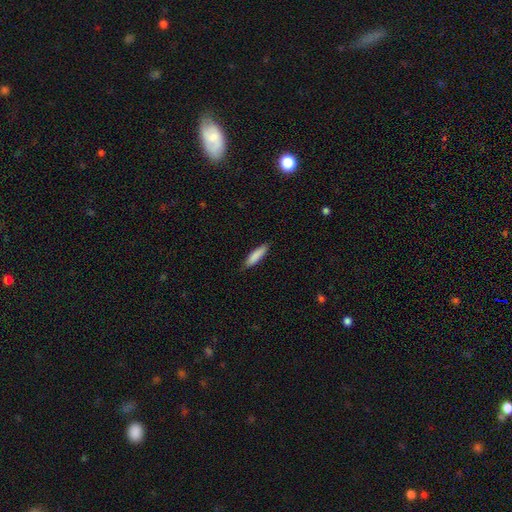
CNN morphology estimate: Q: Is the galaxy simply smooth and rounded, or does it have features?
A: smooth — 86%.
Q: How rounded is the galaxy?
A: cigar-shaped — 74%.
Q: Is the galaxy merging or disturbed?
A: none — 84%.